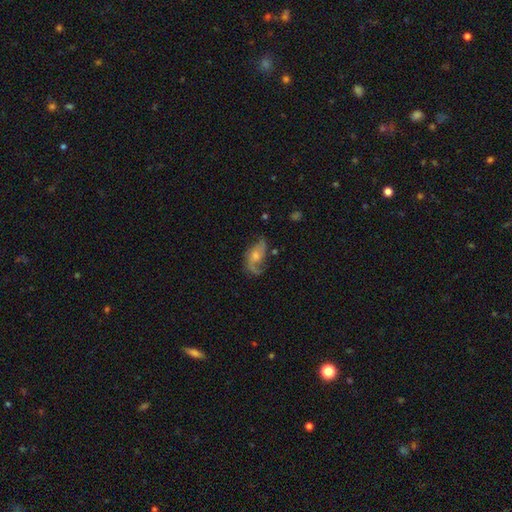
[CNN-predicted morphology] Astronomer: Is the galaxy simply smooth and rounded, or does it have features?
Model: featured or disk — 71%.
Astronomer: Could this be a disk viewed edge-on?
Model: no — 95%.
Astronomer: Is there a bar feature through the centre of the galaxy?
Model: no — 64%.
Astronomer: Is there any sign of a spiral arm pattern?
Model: yes — 89%.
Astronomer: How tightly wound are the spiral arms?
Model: loose — 60%.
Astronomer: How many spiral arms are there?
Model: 2 — 74%.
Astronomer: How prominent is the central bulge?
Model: moderate — 50% (runner-up: small, 32%).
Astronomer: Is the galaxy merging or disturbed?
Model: none — 51%.